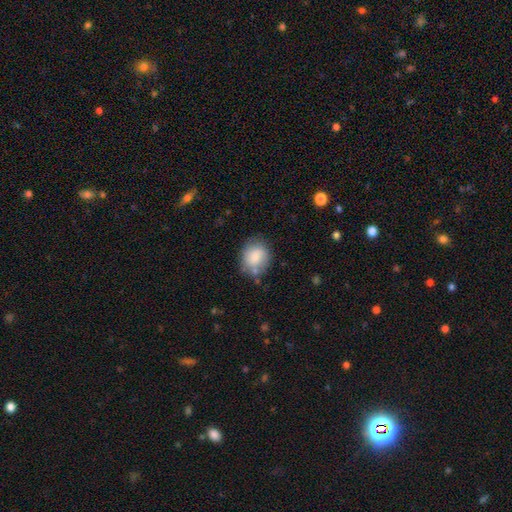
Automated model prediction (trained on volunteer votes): A smooth galaxy with no disk features (81%) that is round (60%). Merging: none (67%).